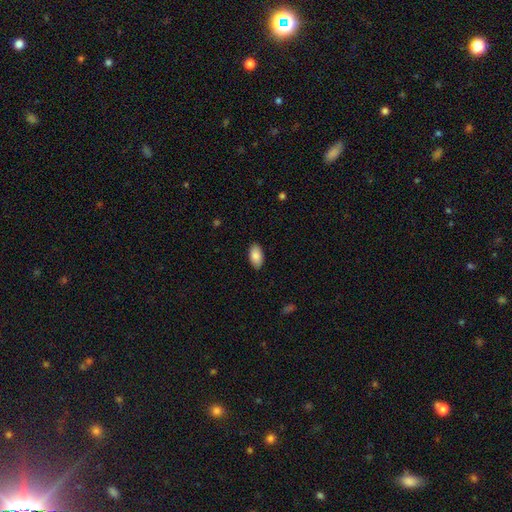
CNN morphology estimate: This appears to be a smooth galaxy with no disk features (87%) that is in between round and cigar-shaped (95%). Merging: none (88%).